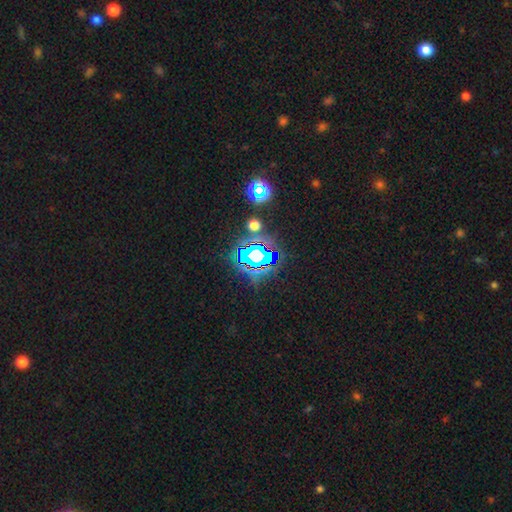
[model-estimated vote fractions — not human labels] A star or artifact, not a galaxy (72%).